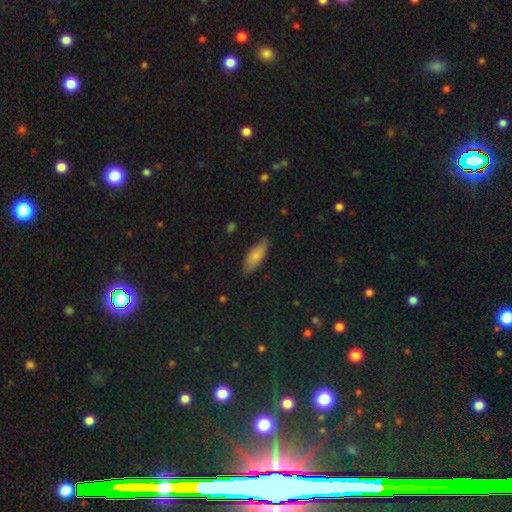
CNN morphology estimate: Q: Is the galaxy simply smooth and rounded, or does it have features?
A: smooth — 76%.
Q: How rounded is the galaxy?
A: in between — 74%.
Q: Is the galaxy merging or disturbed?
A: none — 77%.